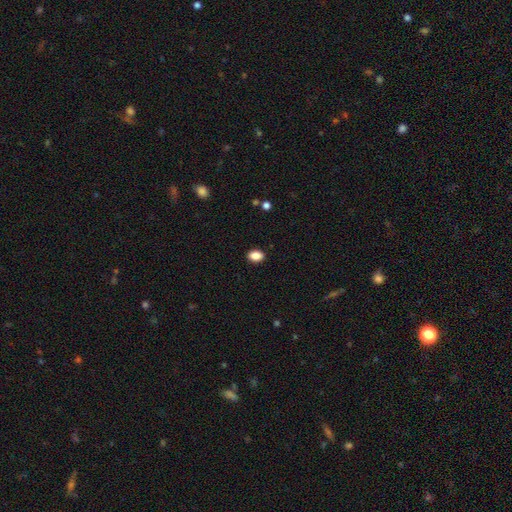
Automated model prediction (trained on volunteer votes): This appears to be a smooth galaxy with no disk features (88%) that is in between round and cigar-shaped (79%). Merging: none (90%).